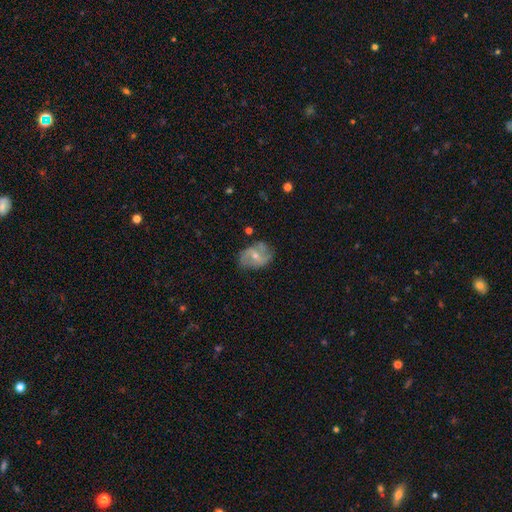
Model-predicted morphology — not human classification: type=featured or disk (68%); edge-on=no (97%); bar=no (47%); spiral arms=yes (85%); winding=medium (43%); arm count=2 (60%); bulge=small (49%); merging=none (63%).